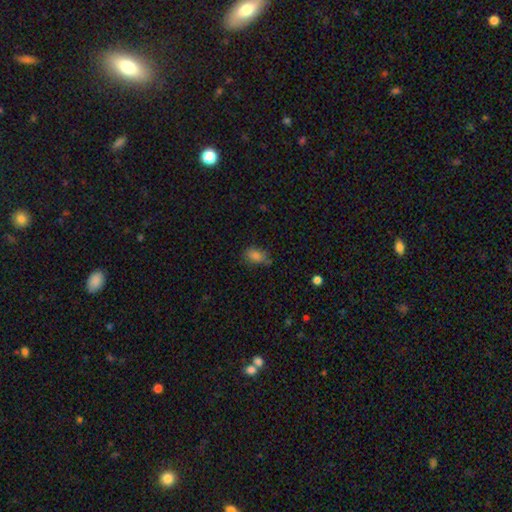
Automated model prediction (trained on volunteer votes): smooth 79%, star or artifact 12%, featured or disk 9%. Down the decision tree: how rounded — in between (81%); merging — none (64%).